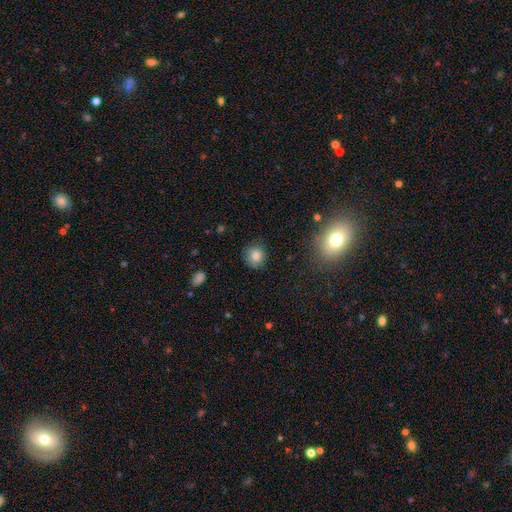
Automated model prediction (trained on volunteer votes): The model was most divided on "merging": none: 83%, minor disturbance: 13%, major disturbance: 3%, merger: 1%. More confident: how rounded — round (86%); smooth or featured — smooth (82%).